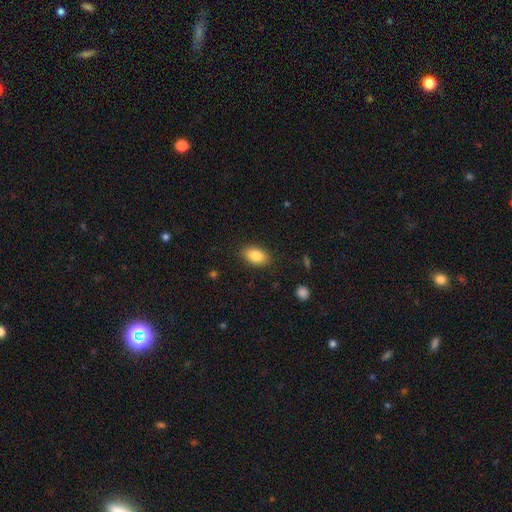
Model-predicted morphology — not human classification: This appears to be a smooth galaxy with no disk features (85%) that is in between round and cigar-shaped (91%). Merging: none (87%).